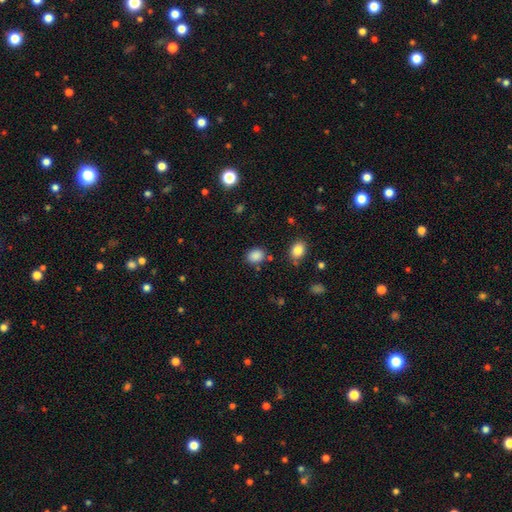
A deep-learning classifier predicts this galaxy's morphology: Smooth or featured: smooth — 86% (star or artifact — 10%)
How rounded: in between — 53% (round — 46%)
Merging: none — 78% (minor disturbance — 14%)